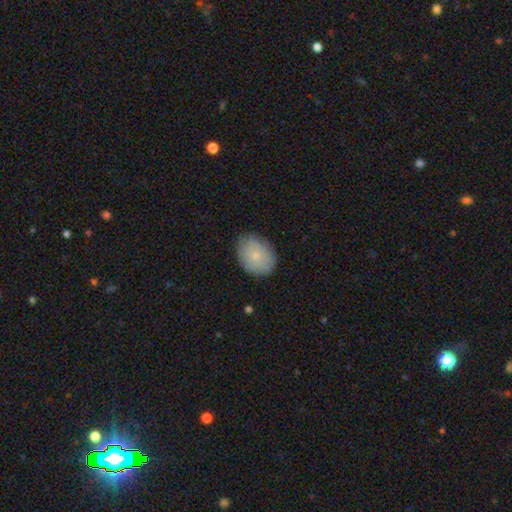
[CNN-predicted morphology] Q: Smooth or featured?
A: smooth (77%); runner-up: featured or disk (16%)
Q: How rounded?
A: in between (67%); runner-up: round (32%)
Q: Merging?
A: none (82%); runner-up: minor disturbance (14%)